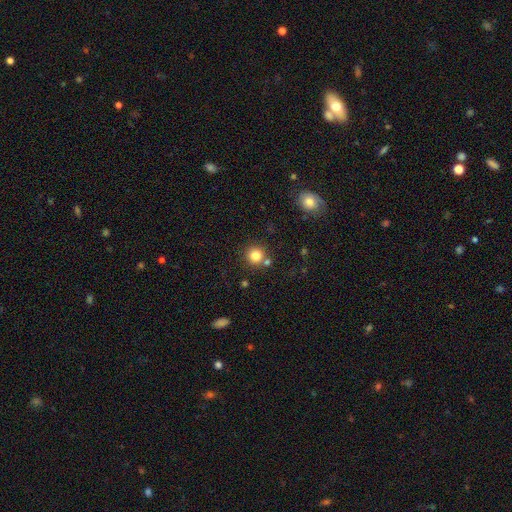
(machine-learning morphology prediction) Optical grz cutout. It shows a smooth galaxy with no disk features (82%) that is round (93%). Merging: none (78%).